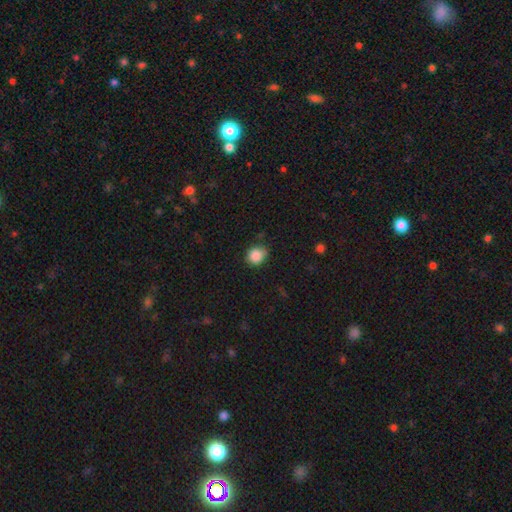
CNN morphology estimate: Smooth or featured: smooth — 86% (star or artifact — 9%)
How rounded: round — 77% (in between — 22%)
Merging: none — 69% (minor disturbance — 25%)